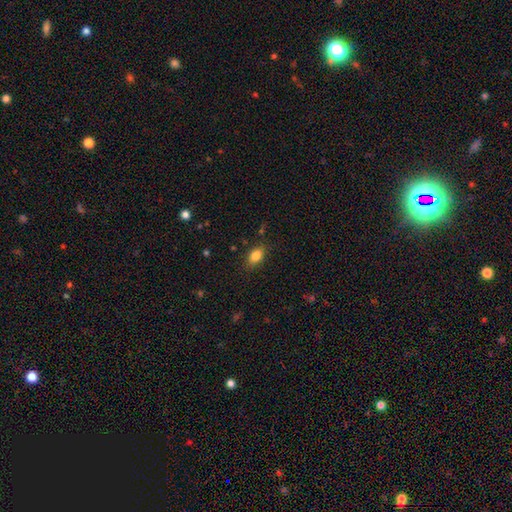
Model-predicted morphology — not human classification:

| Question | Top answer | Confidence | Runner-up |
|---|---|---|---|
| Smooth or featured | smooth | 83% | star or artifact (9%) |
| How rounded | in between | 82% | round (15%) |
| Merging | none | 83% | minor disturbance (12%) |